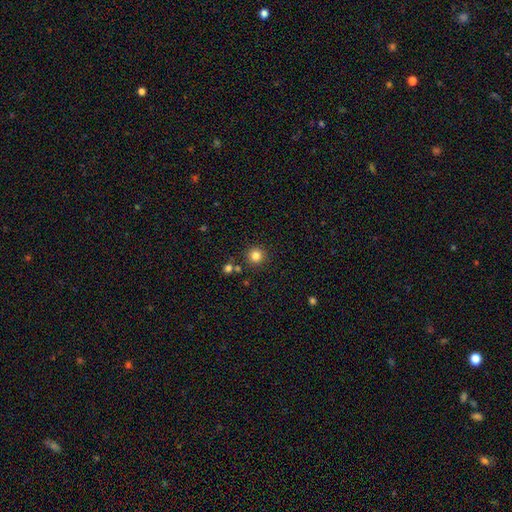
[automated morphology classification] A smooth galaxy with no disk features (83%) that is round (94%).

Vote fractions:
- Smooth or featured? smooth: 83% / star or artifact: 12% / featured or disk: 5%
- How rounded? round: 94% / in between: 5% / cigar-shaped: 1%
- Merging? none: 86% / minor disturbance: 7% / merger: 5% / major disturbance: 2%